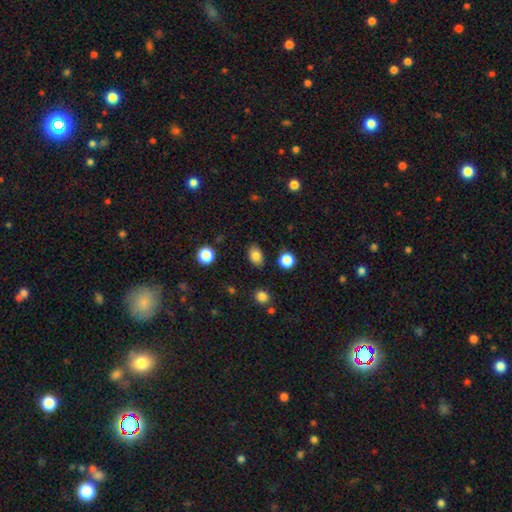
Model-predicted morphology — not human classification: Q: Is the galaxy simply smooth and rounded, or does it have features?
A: smooth — 83%.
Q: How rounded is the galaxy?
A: in between — 81%.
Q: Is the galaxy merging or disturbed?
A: none — 84%.